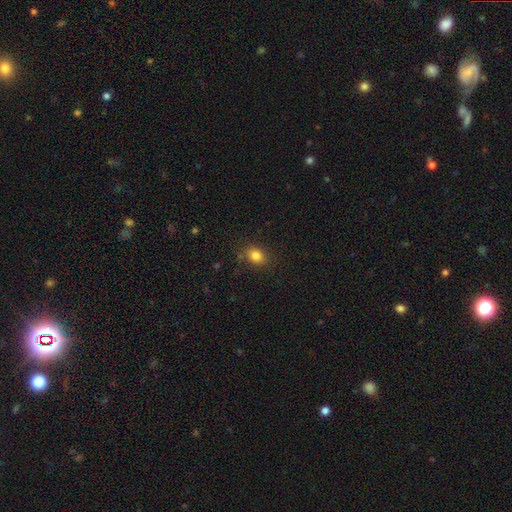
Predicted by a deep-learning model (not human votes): Smooth or featured? smooth (83%)
How rounded? in between (60%)
Merging? none (84%)